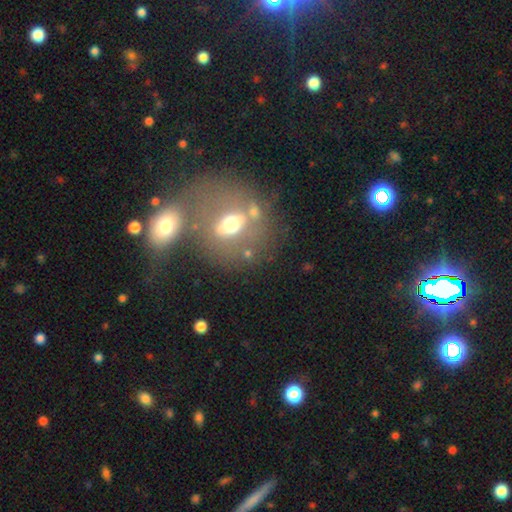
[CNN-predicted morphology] This appears to be a smooth galaxy with no disk features (46%). Merging: merger (44%).